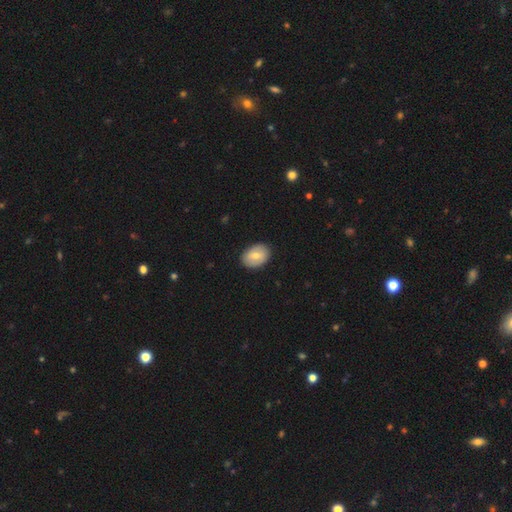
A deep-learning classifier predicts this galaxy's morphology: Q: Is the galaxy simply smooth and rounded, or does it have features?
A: smooth — 66%.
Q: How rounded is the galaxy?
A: in between — 78%.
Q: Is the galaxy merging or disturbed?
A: none — 87%.